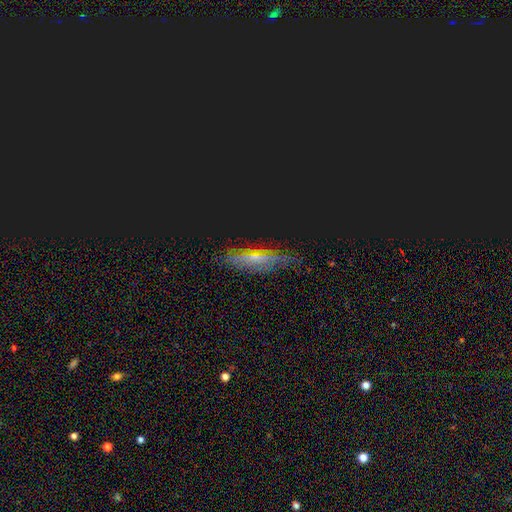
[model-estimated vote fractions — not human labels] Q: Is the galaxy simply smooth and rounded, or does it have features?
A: star or artifact — 41%.